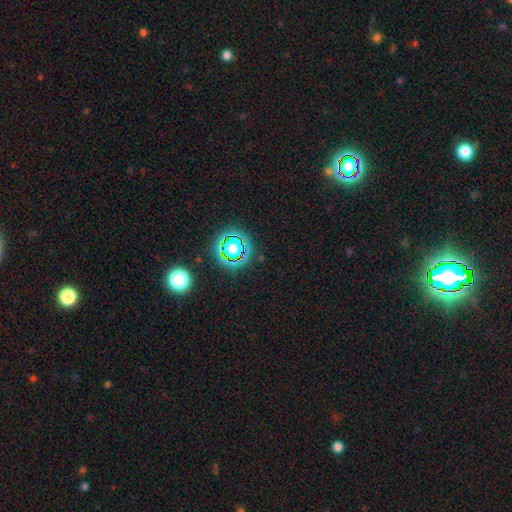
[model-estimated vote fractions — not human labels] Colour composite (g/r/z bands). It shows a star or artifact, not a galaxy (79%).